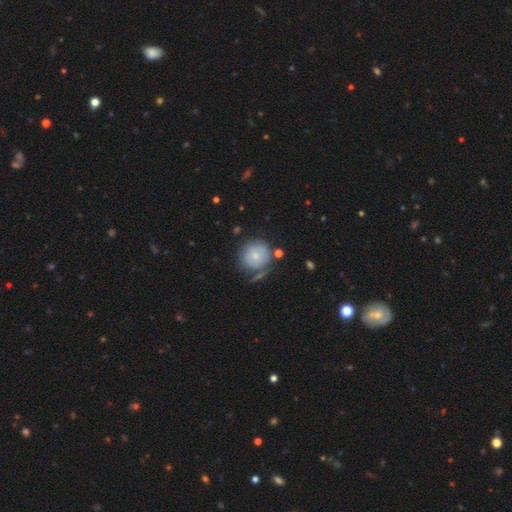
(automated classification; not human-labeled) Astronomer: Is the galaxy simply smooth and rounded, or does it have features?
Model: smooth — 67%.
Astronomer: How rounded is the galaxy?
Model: round — 89%.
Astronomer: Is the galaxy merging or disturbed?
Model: none — 63%.